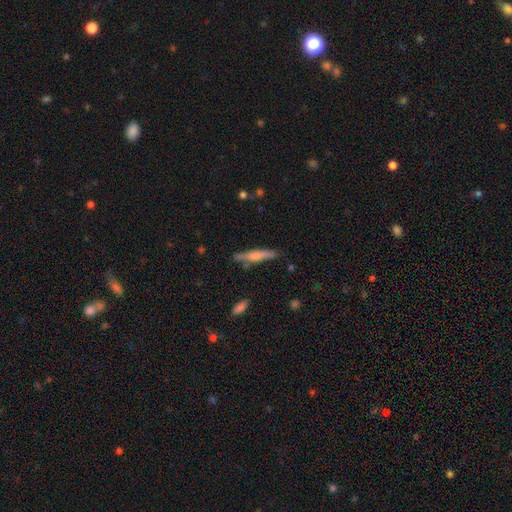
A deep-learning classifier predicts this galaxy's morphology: featured or disk 58%, smooth 34%, star or artifact 8%. Down the decision tree: edge-on disk — yes (95%); edge-on bulge — rounded (77%); merging — none (84%).